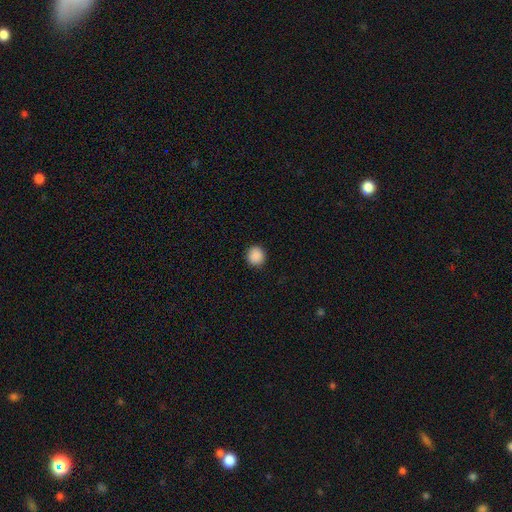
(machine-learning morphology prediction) Smooth or featured: smooth — 89% (star or artifact — 9%)
How rounded: round — 92% (in between — 7%)
Merging: none — 92% (minor disturbance — 5%)